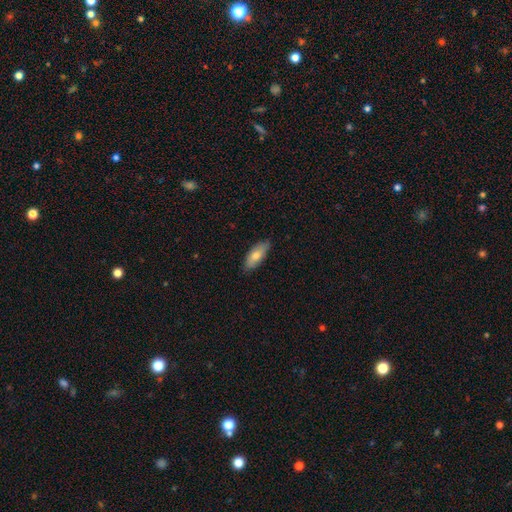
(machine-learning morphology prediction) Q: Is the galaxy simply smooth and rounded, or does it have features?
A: smooth — 76%.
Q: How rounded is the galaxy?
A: in between — 78%.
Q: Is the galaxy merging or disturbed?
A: none — 84%.